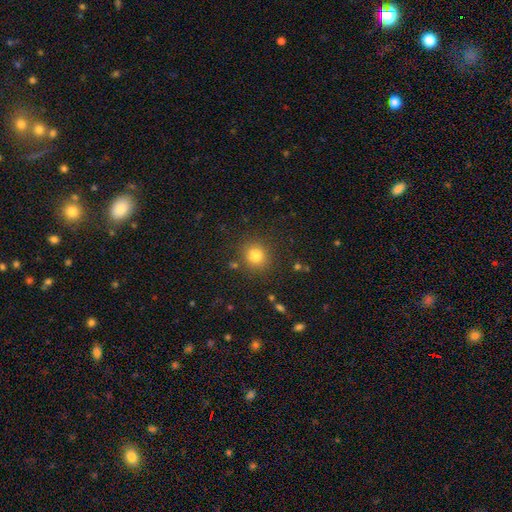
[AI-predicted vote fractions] smooth-or-featured: smooth: 79% | star or artifact: 14% | featured or disk: 7%
  how-rounded: round: 85% | in between: 14% | cigar-shaped: 1%
  merging: none: 85% | minor disturbance: 9% | major disturbance: 3% | merger: 3%